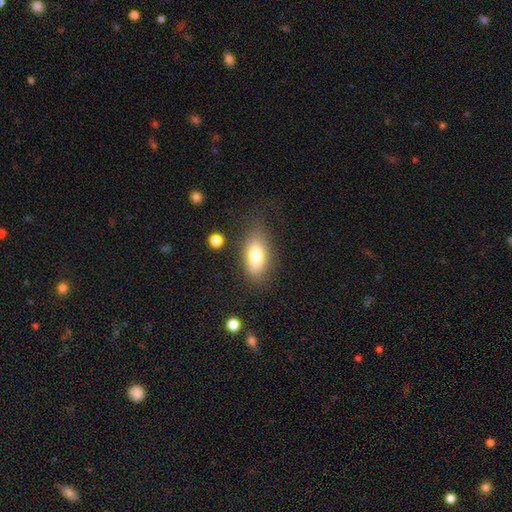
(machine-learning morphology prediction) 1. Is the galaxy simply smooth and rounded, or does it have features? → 77% smooth, 15% featured or disk, 8% star or artifact.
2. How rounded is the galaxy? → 88% in between, 7% cigar-shaped, 5% round.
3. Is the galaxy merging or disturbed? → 73% none, 17% minor disturbance, 7% major disturbance, 2% merger.